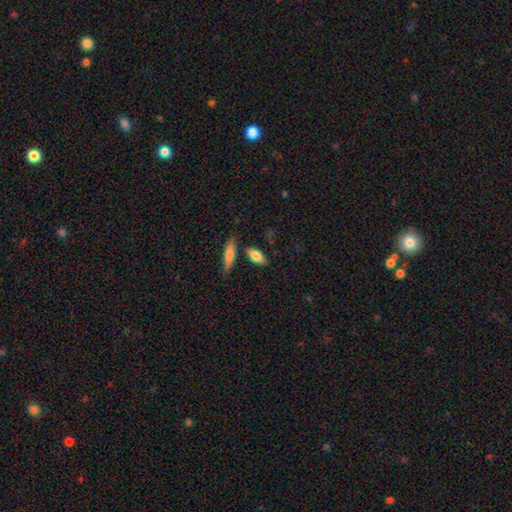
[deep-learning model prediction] Overall: smooth (78%). How rounded: in between (80%). Merging: none (75%).